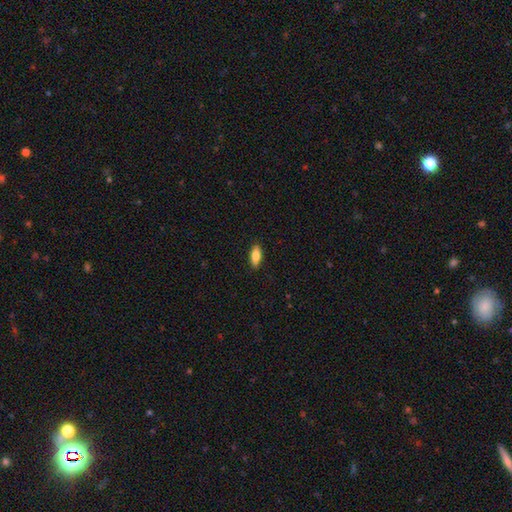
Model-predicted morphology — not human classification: Smooth or featured?
  - smooth: 81% *
  - featured or disk: 12%
  - star or artifact: 6%
How rounded?
  - in between: 77% *
  - cigar-shaped: 21%
  - round: 2%
Merging?
  - none: 88% *
  - minor disturbance: 9%
  - major disturbance: 2%
  - merger: 1%